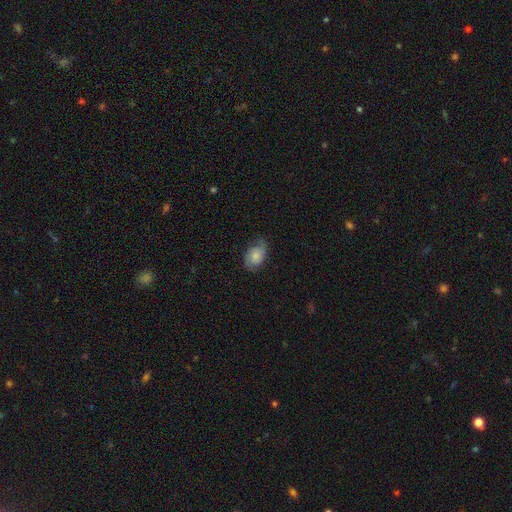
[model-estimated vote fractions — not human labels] This appears to be a smooth galaxy with no disk features (57%) that is in between round and cigar-shaped (82%). Merging: none (62%).